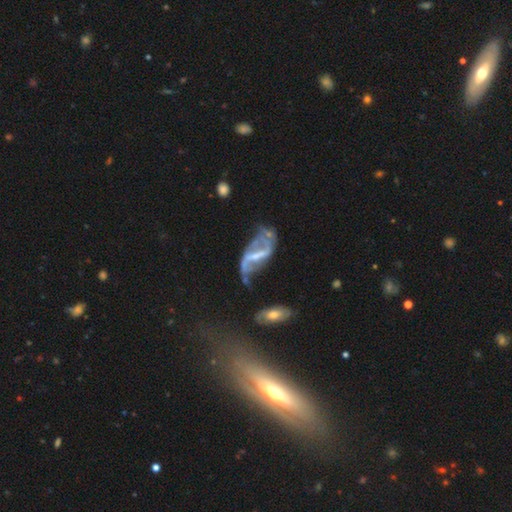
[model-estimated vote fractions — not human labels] Morphology: type=featured or disk (84%); edge-on=no (94%); bar=strong (49%); spiral arms=yes (85%); winding=loose (71%); arm count=2 (84%); bulge=small (52%); merging=none (43%).